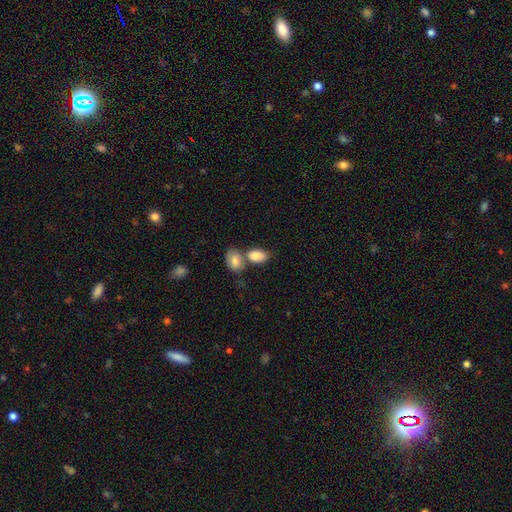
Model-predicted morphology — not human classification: A smooth galaxy with no disk features (85%) that is in between round and cigar-shaped (91%).

Vote fractions:
- Smooth or featured? smooth: 85% / featured or disk: 8% / star or artifact: 7%
- How rounded? in between: 91% / round: 7% / cigar-shaped: 2%
- Merging? merger: 43% / none: 41% / minor disturbance: 12% / major disturbance: 4%